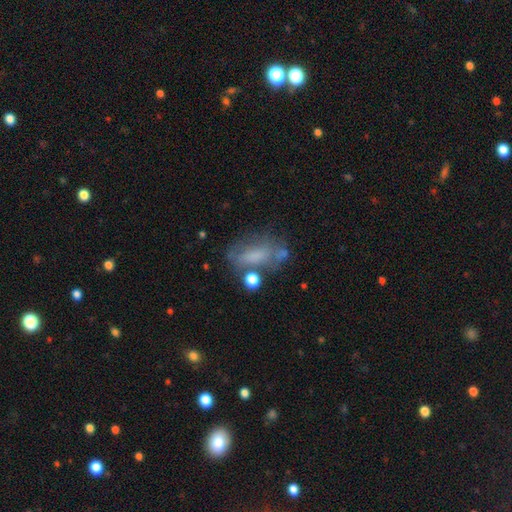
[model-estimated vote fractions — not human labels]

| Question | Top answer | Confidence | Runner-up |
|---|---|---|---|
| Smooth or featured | smooth | 55% | featured or disk (31%) |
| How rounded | in between | 77% | cigar-shaped (15%) |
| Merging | none | 48% | minor disturbance (22%) |